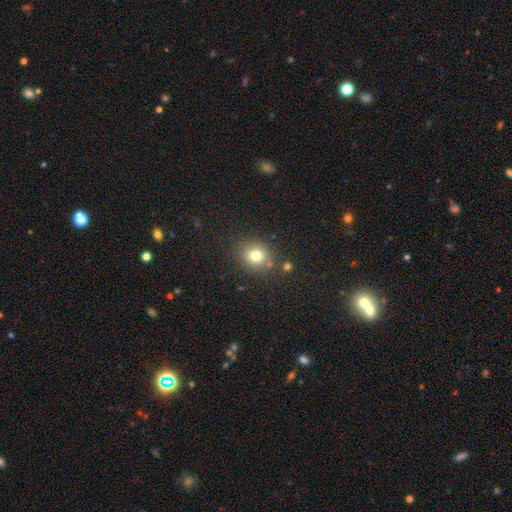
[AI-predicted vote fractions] Smooth or featured? Predicted: smooth (p=0.77). How rounded? Predicted: round (p=0.76). Merging? Predicted: none (p=0.79).